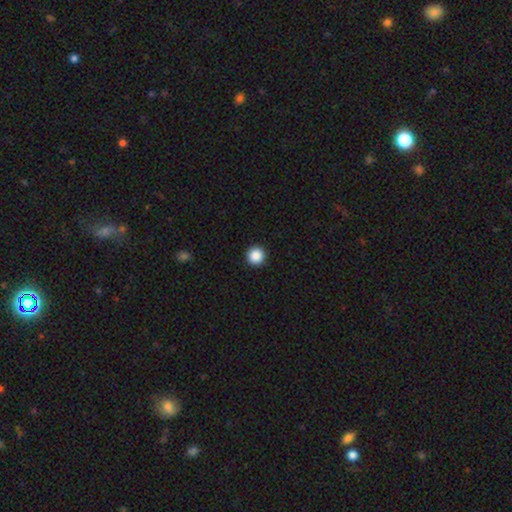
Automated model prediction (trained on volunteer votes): smooth 88%, star or artifact 10%, featured or disk 3%. Down the decision tree: how rounded — round (96%); merging — none (94%).